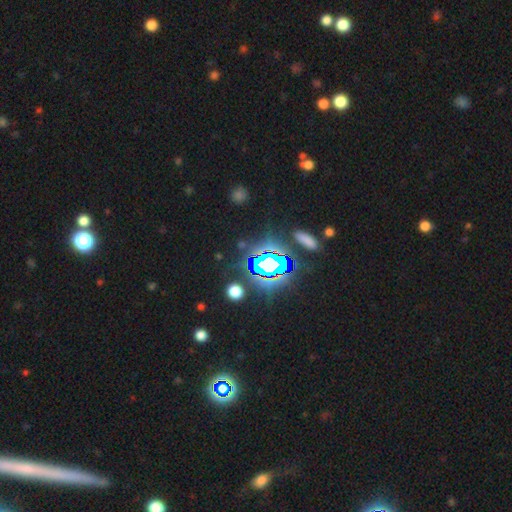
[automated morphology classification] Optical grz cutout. It shows a star or artifact, not a galaxy (82%).